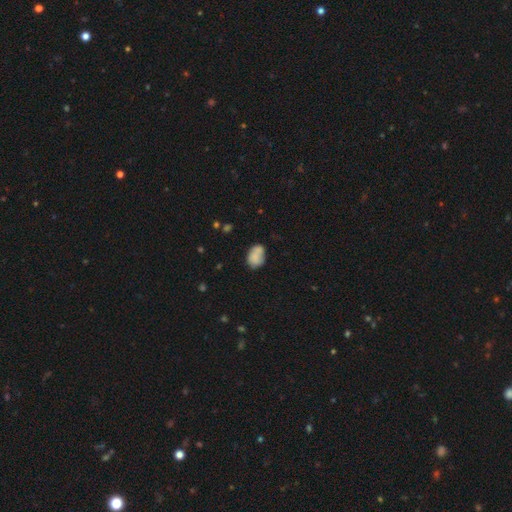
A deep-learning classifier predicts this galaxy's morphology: Smooth or featured: smooth — 79% (featured or disk — 12%)
How rounded: in between — 74% (round — 25%)
Merging: none — 52% (minor disturbance — 24%)